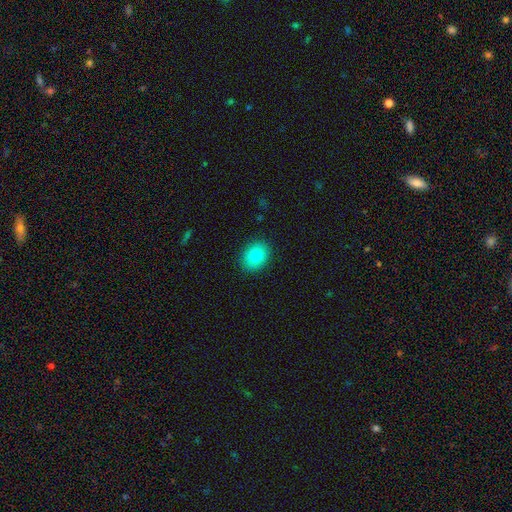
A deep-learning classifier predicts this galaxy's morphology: type=smooth (80%); roundness=round (50%); merging=none (90%).